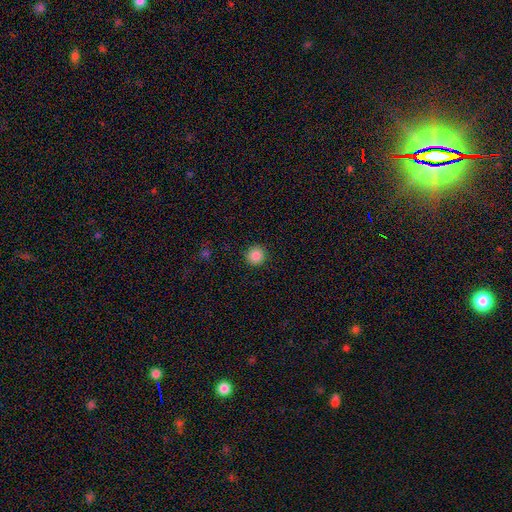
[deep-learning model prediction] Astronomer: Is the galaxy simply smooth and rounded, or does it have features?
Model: smooth — 87%.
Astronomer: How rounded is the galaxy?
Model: round — 94%.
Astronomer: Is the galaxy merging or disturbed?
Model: none — 91%.